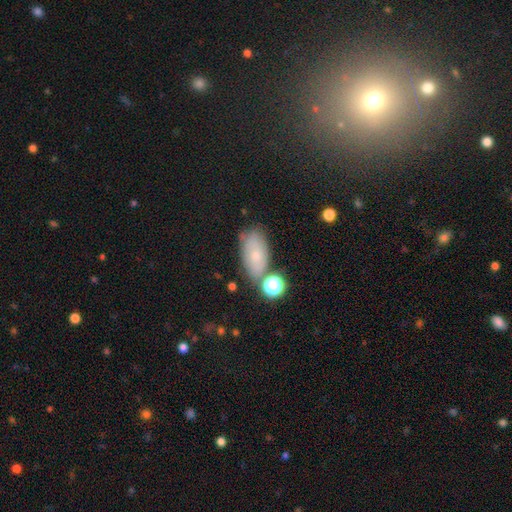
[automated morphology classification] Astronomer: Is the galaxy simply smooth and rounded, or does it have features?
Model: smooth — 65%.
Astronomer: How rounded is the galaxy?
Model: in between — 89%.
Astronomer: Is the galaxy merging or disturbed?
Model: none — 63%.